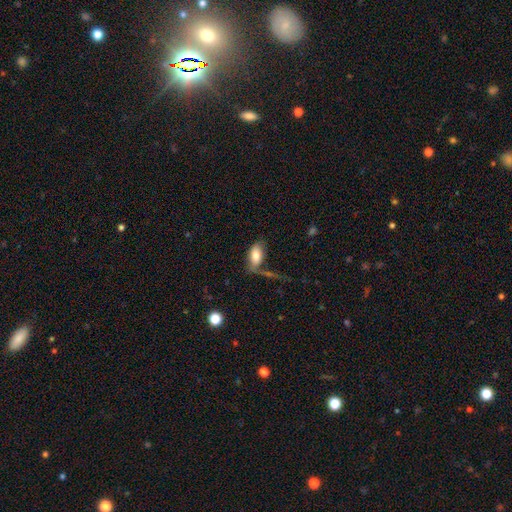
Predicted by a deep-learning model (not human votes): A smooth galaxy with no disk features (78%) that is in between round and cigar-shaped (92%).

Vote fractions:
- Smooth or featured? smooth: 78% / featured or disk: 14% / star or artifact: 7%
- How rounded? in between: 92% / cigar-shaped: 4% / round: 4%
- Merging? none: 40% / minor disturbance: 20% / merger: 20% / major disturbance: 20%